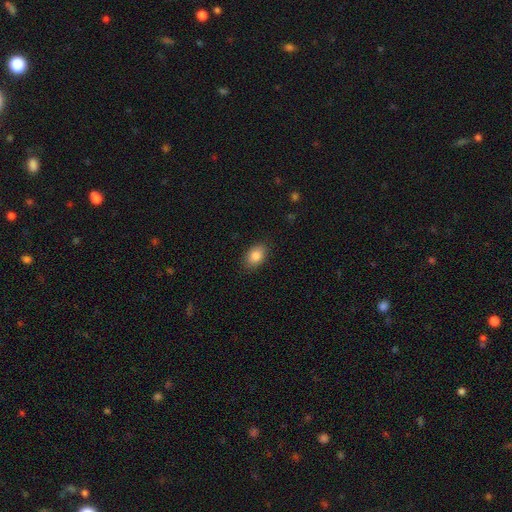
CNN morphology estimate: This appears to be a smooth galaxy with no disk features (84%) that is in between round and cigar-shaped (83%). Merging: none (87%).